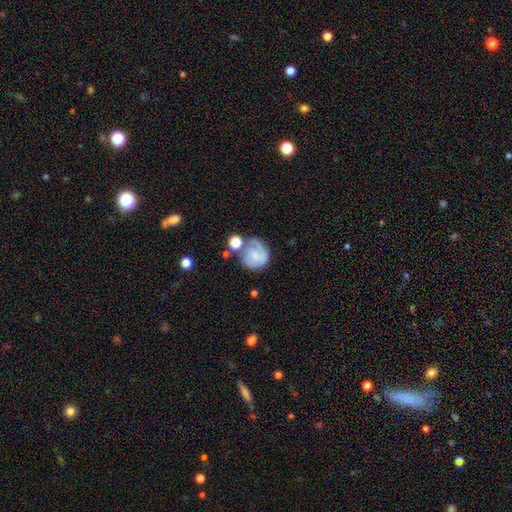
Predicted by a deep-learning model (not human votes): This appears to be a smooth galaxy with no disk features (48%). Merging: none (47%).